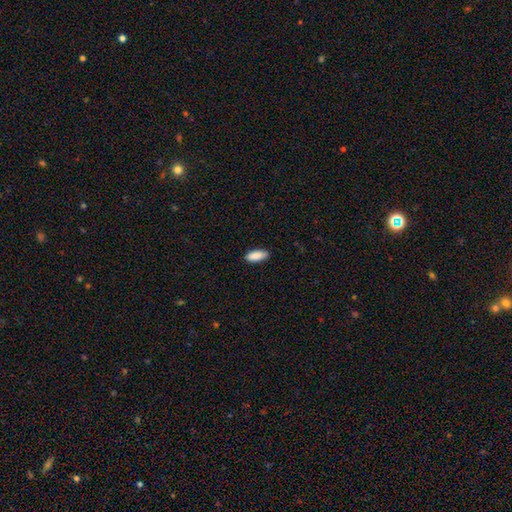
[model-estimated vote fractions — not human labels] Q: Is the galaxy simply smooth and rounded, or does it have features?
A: smooth — 90%.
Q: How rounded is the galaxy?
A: in between — 80%.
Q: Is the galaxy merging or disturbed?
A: none — 87%.